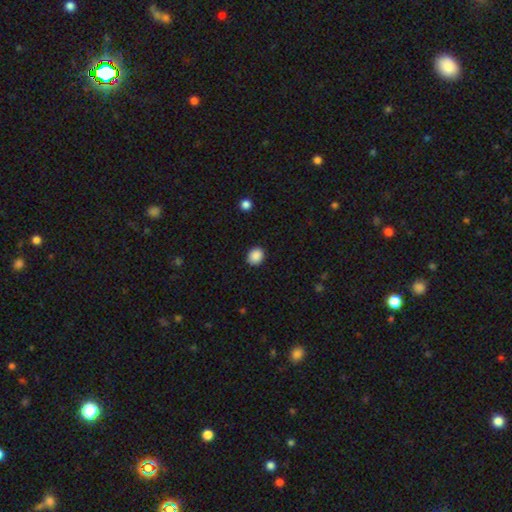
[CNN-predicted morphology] type=smooth (89%); roundness=round (64%); merging=none (89%).